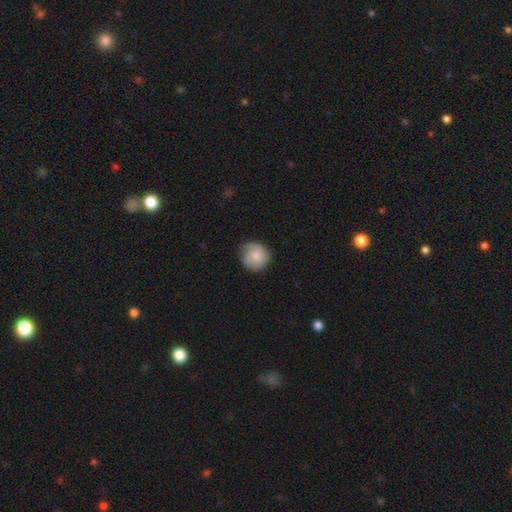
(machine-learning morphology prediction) A smooth galaxy with no disk features (70%) that is round (90%). Merging: none (71%).